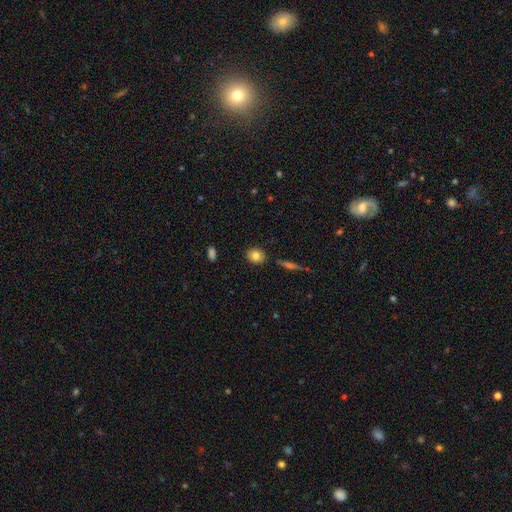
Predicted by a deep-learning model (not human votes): A smooth galaxy with no disk features (81%) that is round (67%).

Vote fractions:
- Smooth or featured? smooth: 81% / featured or disk: 10% / star or artifact: 9%
- How rounded? round: 67% / in between: 31% / cigar-shaped: 2%
- Merging? none: 87% / minor disturbance: 9% / merger: 2% / major disturbance: 2%